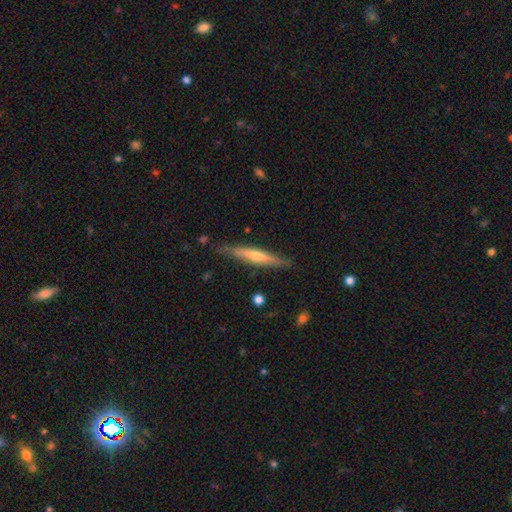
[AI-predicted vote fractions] Smooth or featured? featured or disk (58%)
Edge-on disk? yes (95%)
Edge-on bulge? rounded (64%)
Merging? none (84%)